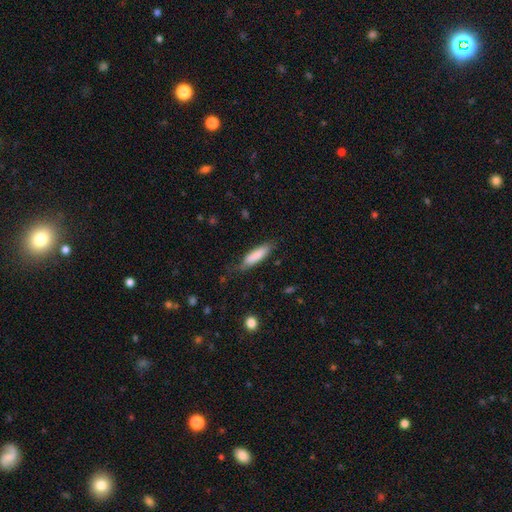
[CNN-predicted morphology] Smooth or featured?
  - smooth: 82% *
  - featured or disk: 12%
  - star or artifact: 6%
How rounded?
  - cigar-shaped: 67% *
  - in between: 31%
  - round: 1%
Merging?
  - none: 68% *
  - minor disturbance: 24%
  - major disturbance: 7%
  - merger: 2%